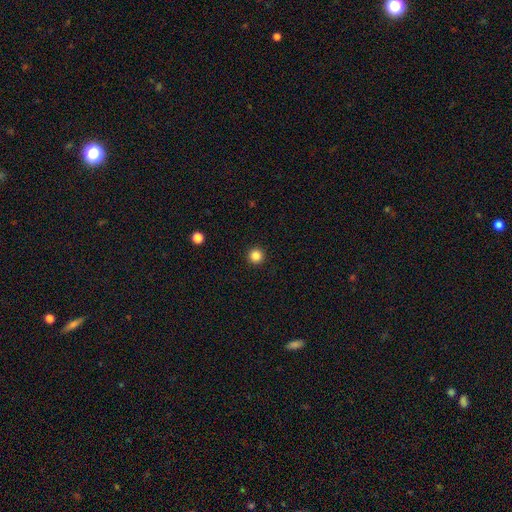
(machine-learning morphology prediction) A smooth galaxy with no disk features (85%) that is round (97%).

Vote fractions:
- Smooth or featured? smooth: 85% / star or artifact: 11% / featured or disk: 4%
- How rounded? round: 97% / in between: 3% / cigar-shaped: 1%
- Merging? none: 94% / minor disturbance: 4% / major disturbance: 2% / merger: 1%